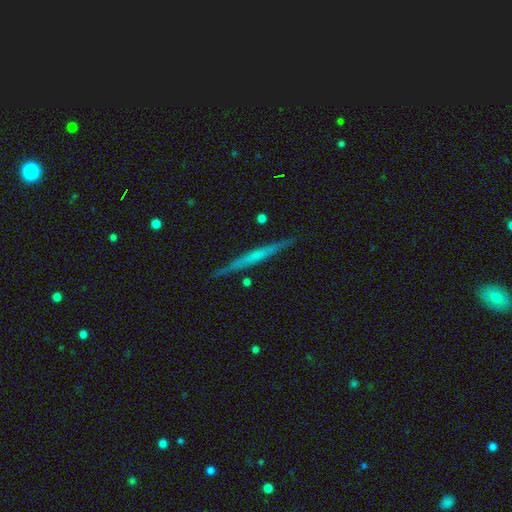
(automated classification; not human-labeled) This appears to be a featured or disk galaxy (59%) viewed edge-on (97%) with no central bulge (73%). Merging: none (90%).